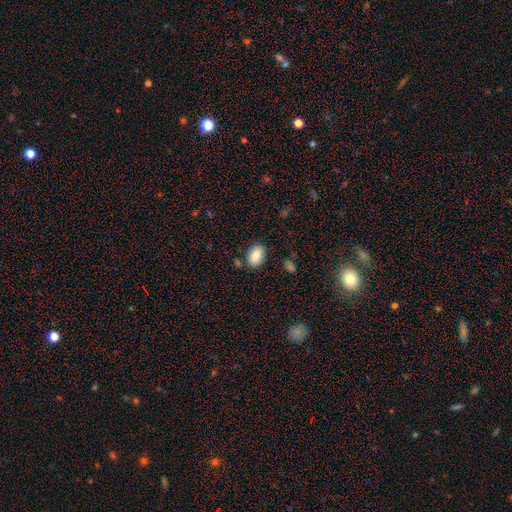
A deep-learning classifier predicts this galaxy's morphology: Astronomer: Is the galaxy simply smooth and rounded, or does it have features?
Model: smooth — 79%.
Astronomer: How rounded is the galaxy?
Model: in between — 85%.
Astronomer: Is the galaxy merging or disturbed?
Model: none — 81%.